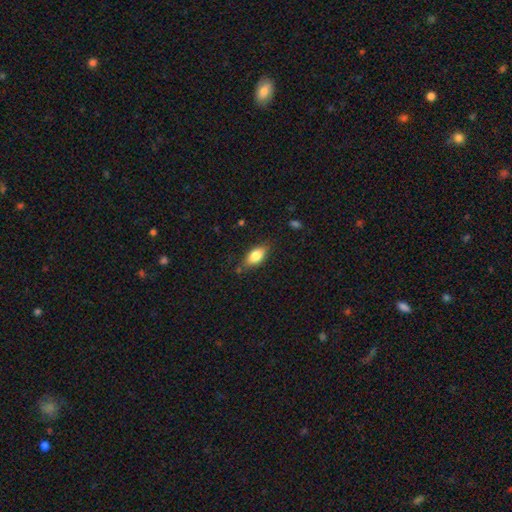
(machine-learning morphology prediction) The model was most divided on "merging": none: 77%, minor disturbance: 17%, major disturbance: 4%, merger: 2%. More confident: how rounded — in between (86%); smooth or featured — smooth (79%).